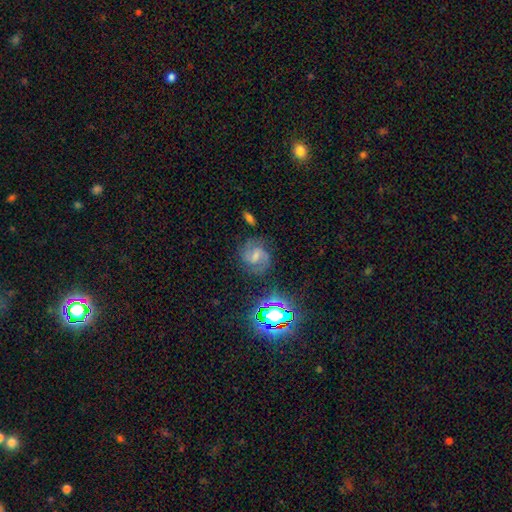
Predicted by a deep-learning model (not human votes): Morphology: type=featured or disk (67%); edge-on=no (97%); bar=weak (52%); spiral arms=yes (93%); winding=medium (52%); arm count=2 (79%); bulge=small (39%); merging=none (71%).